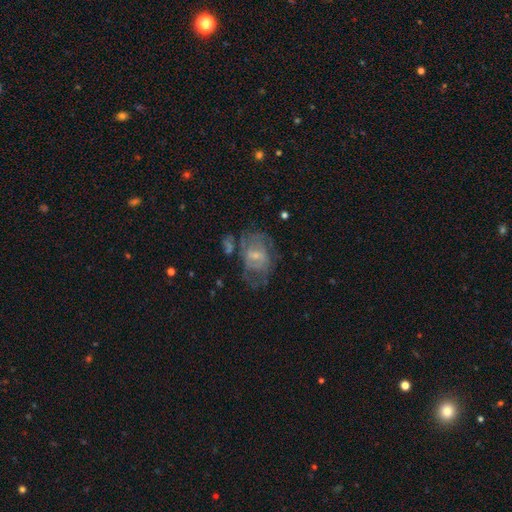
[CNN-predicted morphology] This appears to be a featured or disk galaxy (63%) with a weak bar (49%), spiral arms (59%) and a small central bulge (58%). Merging: none (45%).